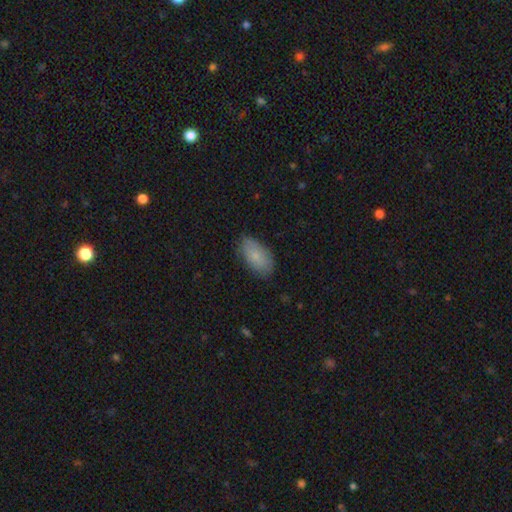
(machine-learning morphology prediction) Smooth or featured? Predicted: smooth (p=0.81). How rounded? Predicted: in between (p=0.93). Merging? Predicted: none (p=0.80).